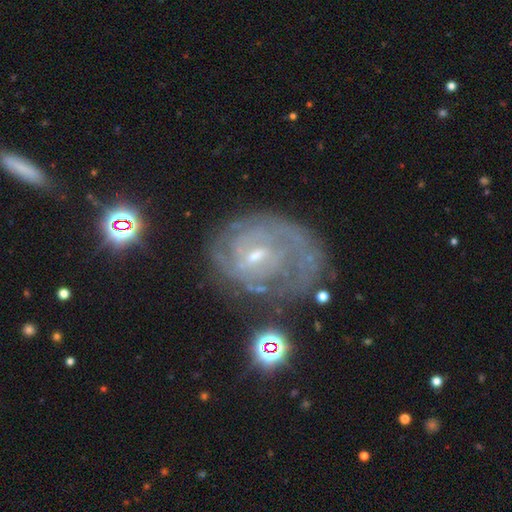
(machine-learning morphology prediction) This appears to be a featured or disk galaxy (77%) with a weak bar (55%), tight (58%) spiral arms (82%) and a small central bulge (57%). Merging: none (54%).